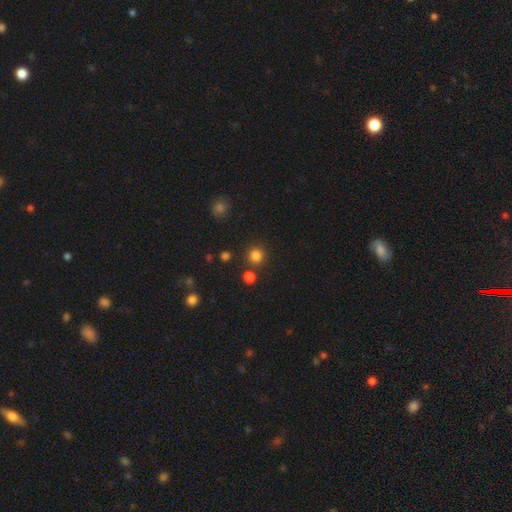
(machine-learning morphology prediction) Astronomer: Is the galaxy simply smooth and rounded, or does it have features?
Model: smooth — 80%.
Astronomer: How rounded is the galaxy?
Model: round — 93%.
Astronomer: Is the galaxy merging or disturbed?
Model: none — 84%.